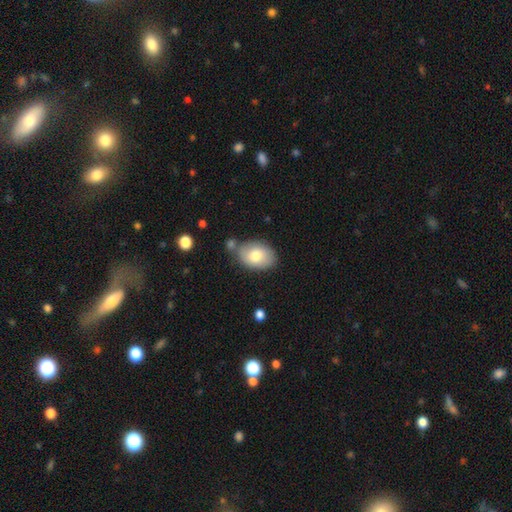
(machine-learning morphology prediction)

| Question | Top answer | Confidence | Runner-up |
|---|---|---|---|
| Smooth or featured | smooth | 76% | featured or disk (17%) |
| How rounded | in between | 84% | round (15%) |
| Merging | none | 67% | minor disturbance (18%) |